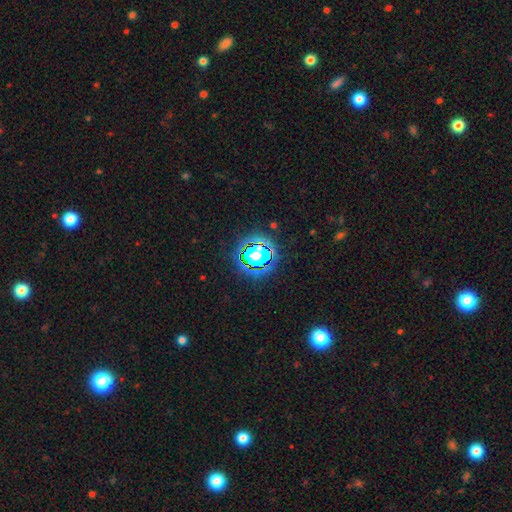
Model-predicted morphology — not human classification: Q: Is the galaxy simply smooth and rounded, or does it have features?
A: star or artifact — 56%.